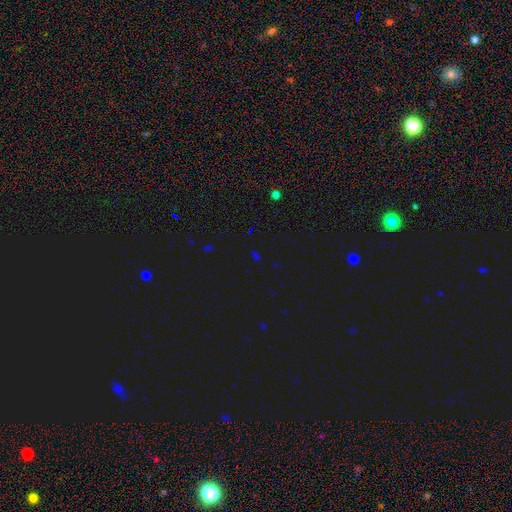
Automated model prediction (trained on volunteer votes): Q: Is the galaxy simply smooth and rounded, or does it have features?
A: star or artifact — 65%.